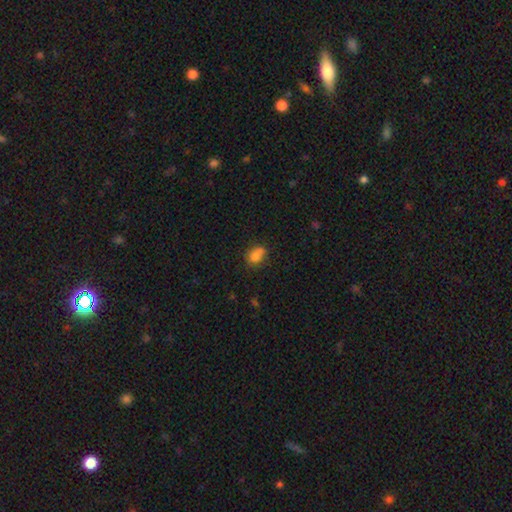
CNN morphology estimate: smooth 77%, featured or disk 12%, star or artifact 11%. Down the decision tree: how rounded — round (52%); merging — none (44%).